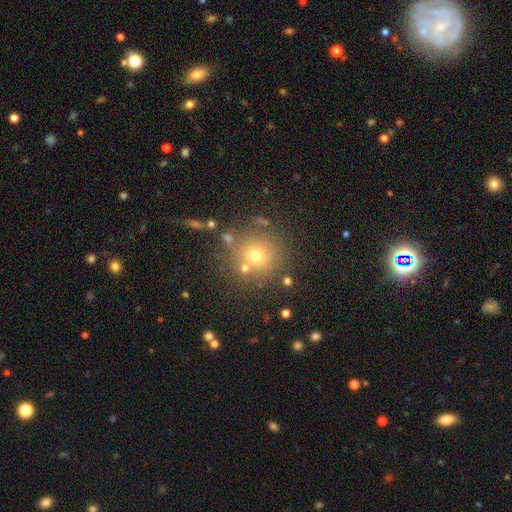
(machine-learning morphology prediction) Smooth or featured: smooth — 67% (star or artifact — 20%)
How rounded: round — 93% (in between — 6%)
Merging: none — 76% (merger — 10%)